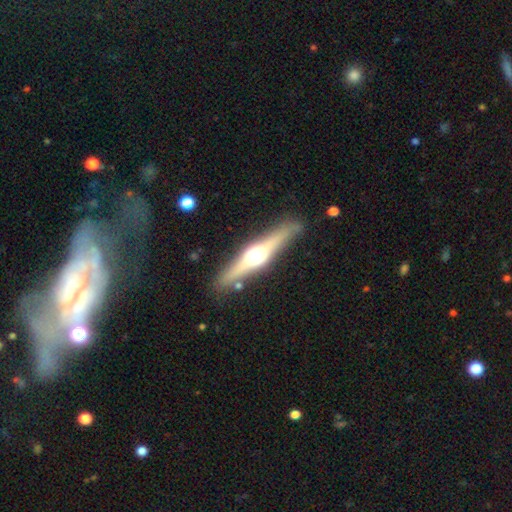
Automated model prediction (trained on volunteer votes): smooth_or_featured: featured or disk (p=0.68) [alt: smooth p=0.27]
disk_edge_on: yes (p=0.95) [alt: no p=0.05]
edge_on_bulge: rounded (p=0.93) [alt: boxy p=0.04]
merging: none (p=0.86) [alt: minor disturbance p=0.09]